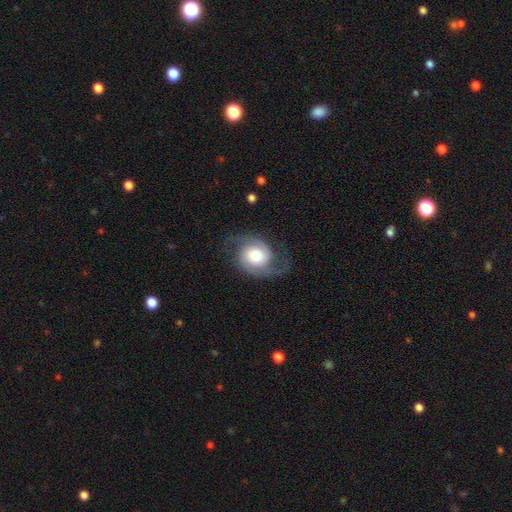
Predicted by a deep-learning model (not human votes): Overall: featured or disk (82%). Edge-on disk: no (98%). Bar: no (74%). Spiral arms: yes (96%). Spiral arm count: 2 (93%). Spiral winding: medium (50%; loose 29%). Bulge size: large (49%; dominant 24%). Merging: none (74%).